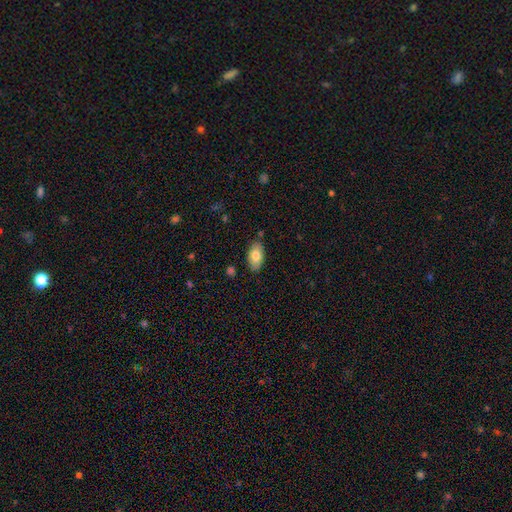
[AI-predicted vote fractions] This appears to be a smooth galaxy with no disk features (79%) that is in between round and cigar-shaped (94%). Merging: none (84%).